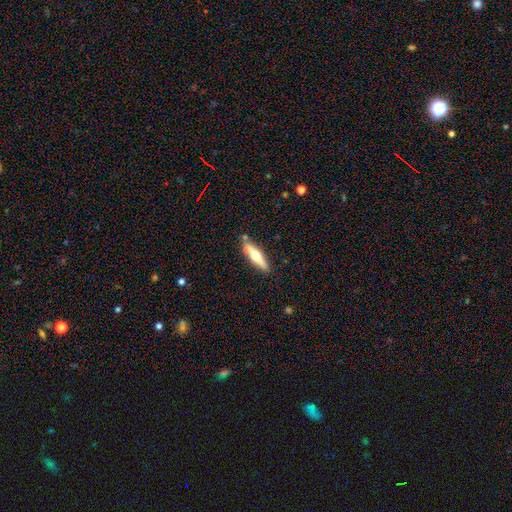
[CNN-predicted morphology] The model was most divided on "smooth or featured": smooth: 50%, featured or disk: 45%, star or artifact: 6%. More confident: merging — none (79%).